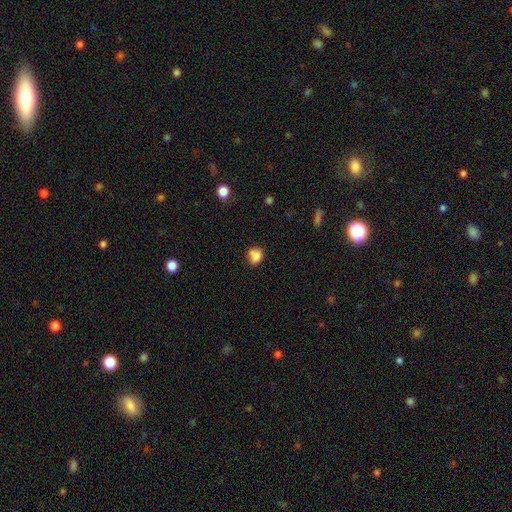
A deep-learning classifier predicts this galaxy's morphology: This is clearly a smooth galaxy (80%). How rounded: possibly round (56%). Merging: possibly none (50%).